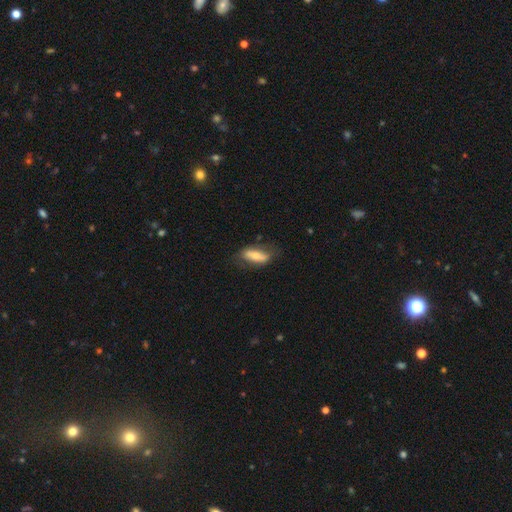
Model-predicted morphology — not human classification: The model was most divided on "smooth or featured": smooth: 59%, featured or disk: 35%, star or artifact: 6%. More confident: how rounded — in between (71%); merging — none (67%).